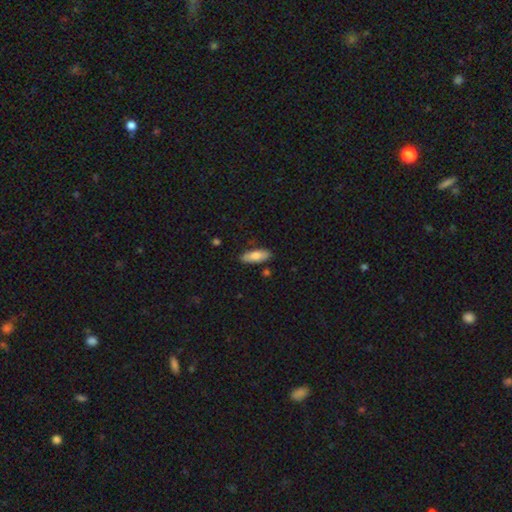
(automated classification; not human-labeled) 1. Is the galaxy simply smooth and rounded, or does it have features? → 81% smooth, 13% featured or disk, 6% star or artifact.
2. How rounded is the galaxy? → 69% in between, 29% cigar-shaped, 2% round.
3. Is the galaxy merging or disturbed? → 84% none, 11% minor disturbance, 2% major disturbance, 2% merger.